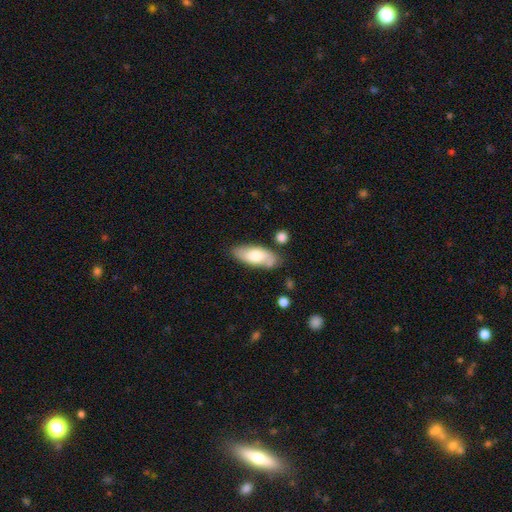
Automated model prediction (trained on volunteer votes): The model was most divided on "smooth or featured": smooth: 67%, featured or disk: 26%, star or artifact: 6%. More confident: how rounded — in between (82%); merging — none (72%).